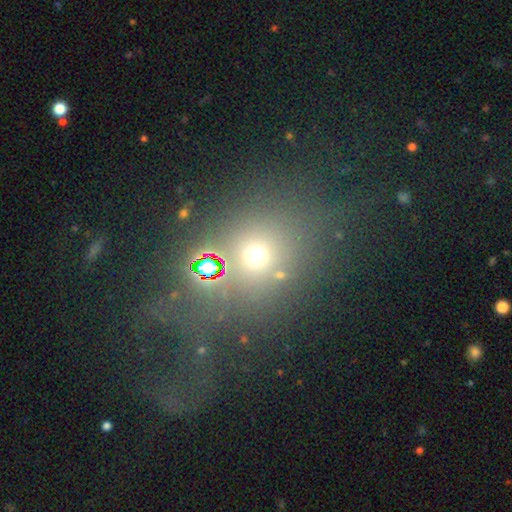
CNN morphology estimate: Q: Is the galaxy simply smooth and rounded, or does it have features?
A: smooth — 59%.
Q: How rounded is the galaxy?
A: round — 82%.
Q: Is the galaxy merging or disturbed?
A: none — 74%.